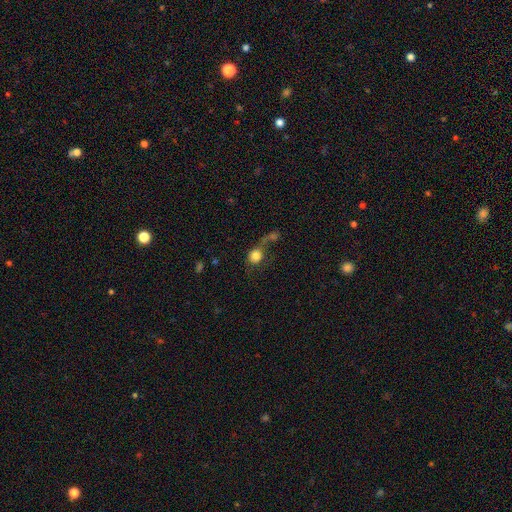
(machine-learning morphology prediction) This appears to be a smooth galaxy with no disk features (78%) that is round (80%). Merging: merger (32%).